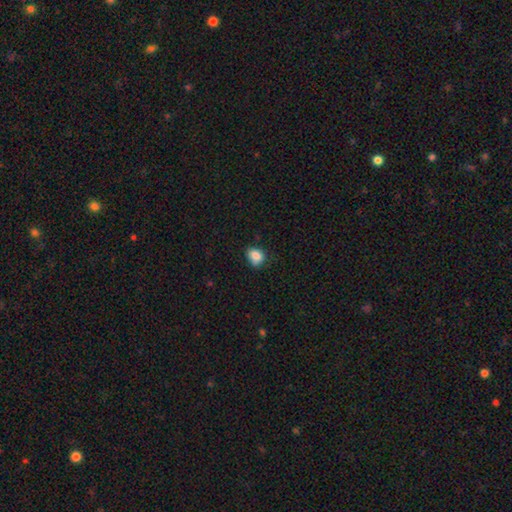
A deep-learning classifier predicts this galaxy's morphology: Smooth or featured? smooth (84%)
How rounded? in between (50%)
Merging? none (63%)